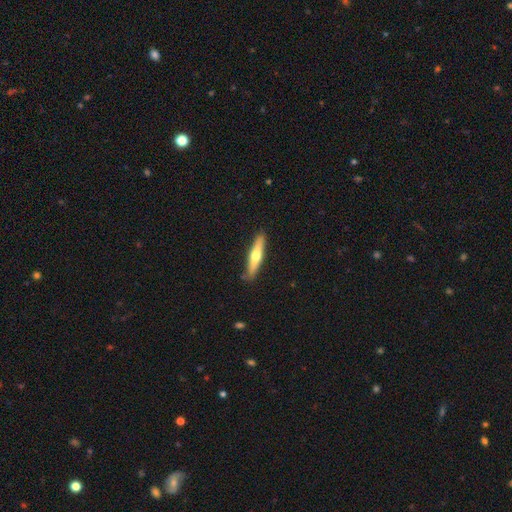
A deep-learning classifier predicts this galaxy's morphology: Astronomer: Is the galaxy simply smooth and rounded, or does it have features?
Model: smooth — 50% (runner-up: featured or disk, 45%).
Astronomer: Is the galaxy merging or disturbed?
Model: none — 87%.